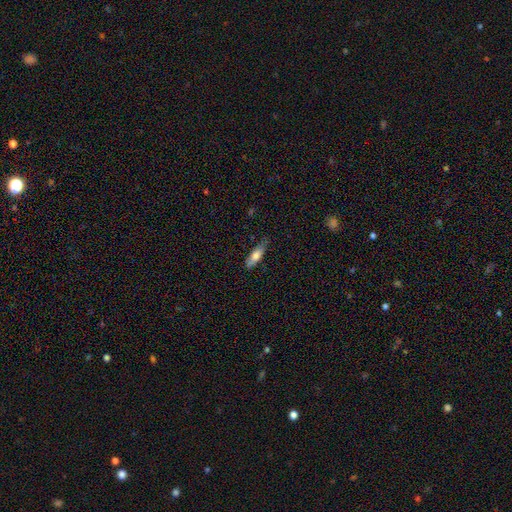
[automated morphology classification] Q: Smooth or featured?
A: smooth (71%); runner-up: featured or disk (23%)
Q: How rounded?
A: in between (53%); runner-up: cigar-shaped (45%)
Q: Merging?
A: none (71%); runner-up: minor disturbance (24%)